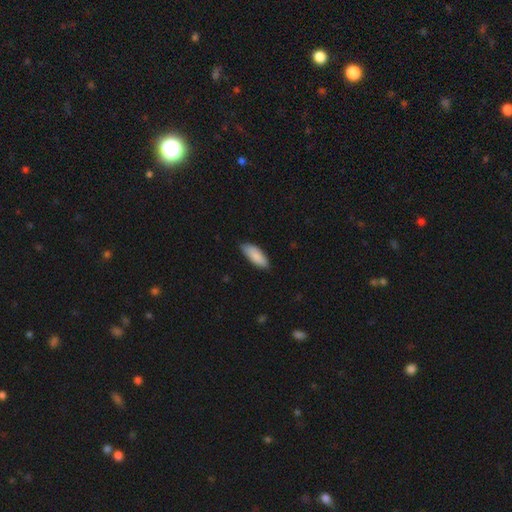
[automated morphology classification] A smooth galaxy with no disk features (87%) that is in between round and cigar-shaped (77%). Merging: none (80%).